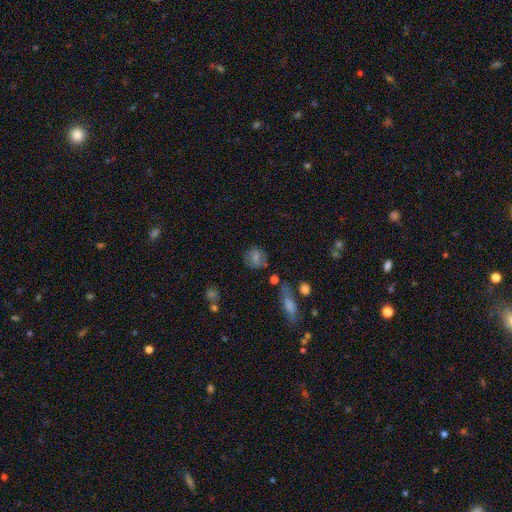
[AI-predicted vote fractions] Q: Smooth or featured?
A: smooth (50%); runner-up: featured or disk (33%)
Q: Merging?
A: none (74%); runner-up: minor disturbance (16%)